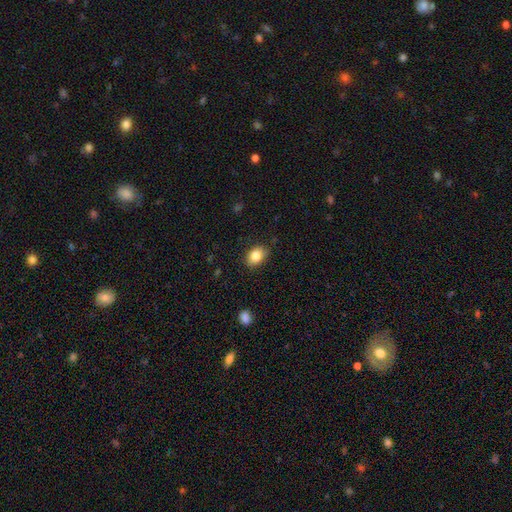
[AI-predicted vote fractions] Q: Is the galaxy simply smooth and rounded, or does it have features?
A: smooth — 85%.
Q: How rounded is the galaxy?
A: in between — 72%.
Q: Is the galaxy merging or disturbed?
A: none — 83%.